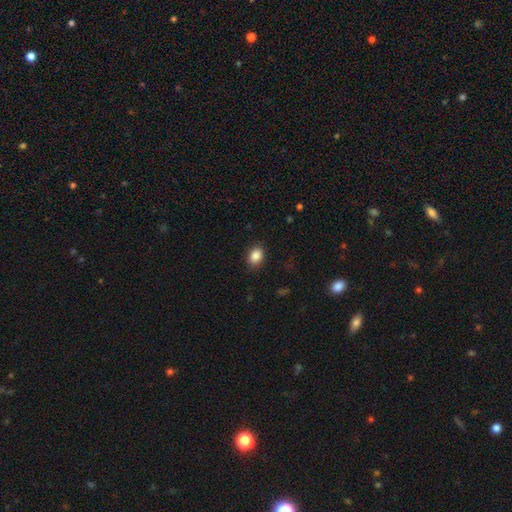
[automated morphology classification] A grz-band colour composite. It shows a smooth galaxy with no disk features (87%) that is in between round and cigar-shaped (71%). Merging: none (87%).